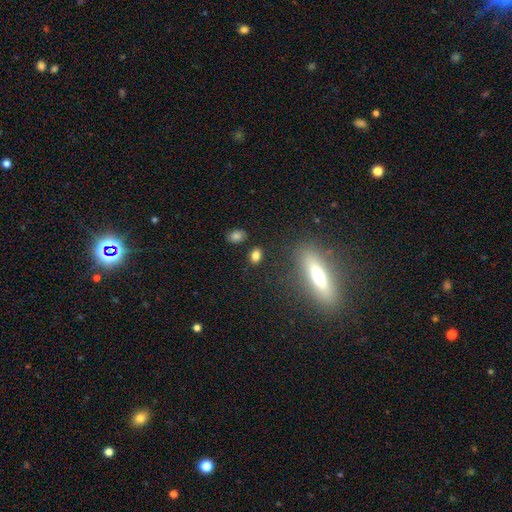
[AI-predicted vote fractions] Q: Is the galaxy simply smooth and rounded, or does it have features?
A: smooth — 79%.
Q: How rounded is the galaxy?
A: in between — 72%.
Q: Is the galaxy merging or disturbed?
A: none — 80%.